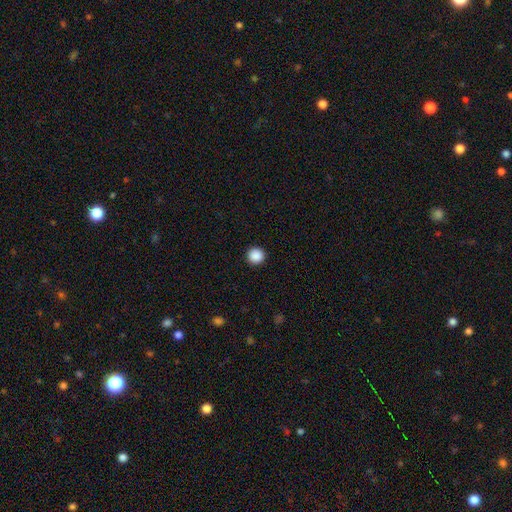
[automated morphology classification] Smooth or featured: smooth — 89% (star or artifact — 9%)
How rounded: round — 95% (in between — 4%)
Merging: none — 93% (minor disturbance — 4%)